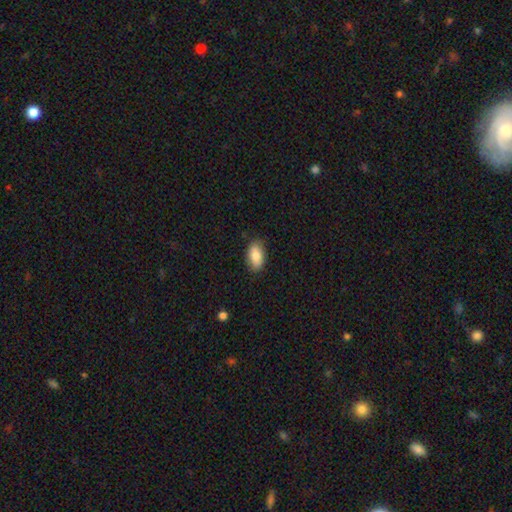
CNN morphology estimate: type=smooth (81%); roundness=in between (92%); merging=none (83%).